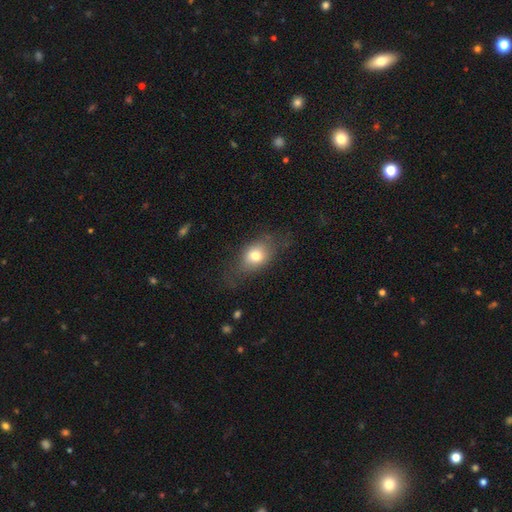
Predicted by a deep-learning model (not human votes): smooth_or_featured: smooth (p=0.74) [alt: featured or disk p=0.17]
how_rounded: in between (p=0.69) [alt: round p=0.28]
merging: none (p=0.64) [alt: minor disturbance p=0.22]